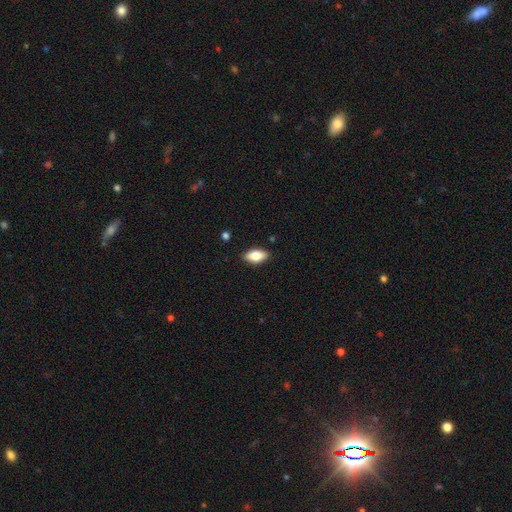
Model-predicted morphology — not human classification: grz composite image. It shows a smooth galaxy with no disk features (75%) that is in between round and cigar-shaped (89%). Merging: none (87%).